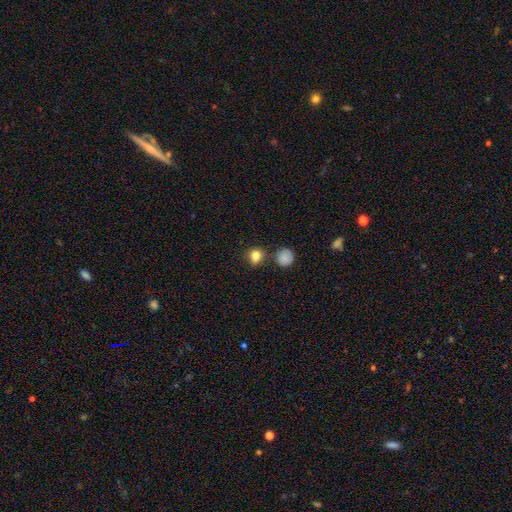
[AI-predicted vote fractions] Smooth or featured: smooth — 83% (star or artifact — 11%)
How rounded: round — 67% (in between — 31%)
Merging: none — 73% (minor disturbance — 13%)